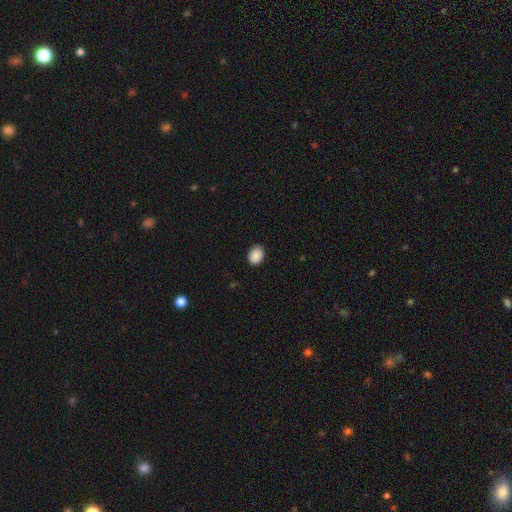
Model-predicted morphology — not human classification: Q: Smooth or featured?
A: smooth (90%); runner-up: star or artifact (8%)
Q: How rounded?
A: in between (65%); runner-up: round (34%)
Q: Merging?
A: none (87%); runner-up: minor disturbance (10%)